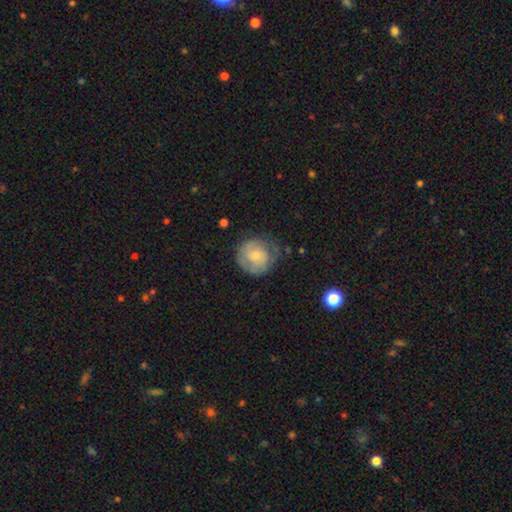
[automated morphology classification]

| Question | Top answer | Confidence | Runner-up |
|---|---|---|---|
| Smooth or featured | smooth | 47% | featured or disk (46%) |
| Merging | none | 62% | minor disturbance (25%) |